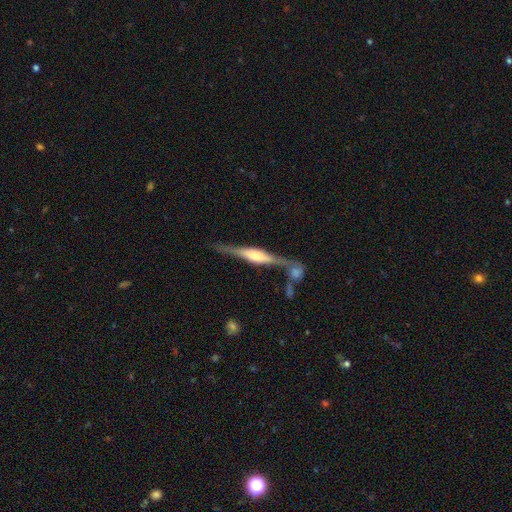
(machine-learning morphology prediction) Q: Smooth or featured?
A: featured or disk (78%); runner-up: smooth (17%)
Q: Edge-on disk?
A: yes (95%); runner-up: no (5%)
Q: Edge-on bulge?
A: rounded (64%); runner-up: boxy (30%)
Q: Merging?
A: none (59%); runner-up: merger (21%)